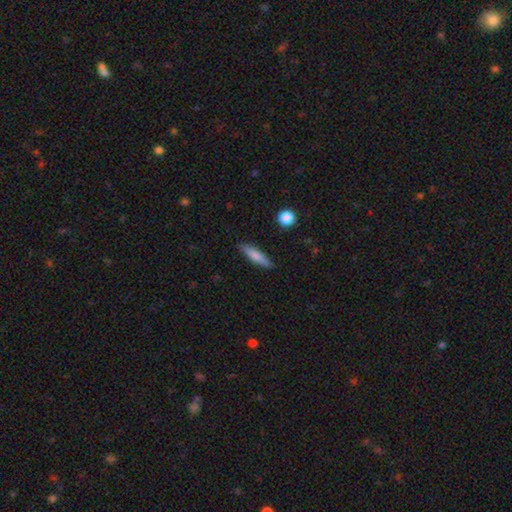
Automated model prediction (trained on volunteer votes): Smooth or featured? smooth (70%)
How rounded? cigar-shaped (82%)
Merging? none (88%)